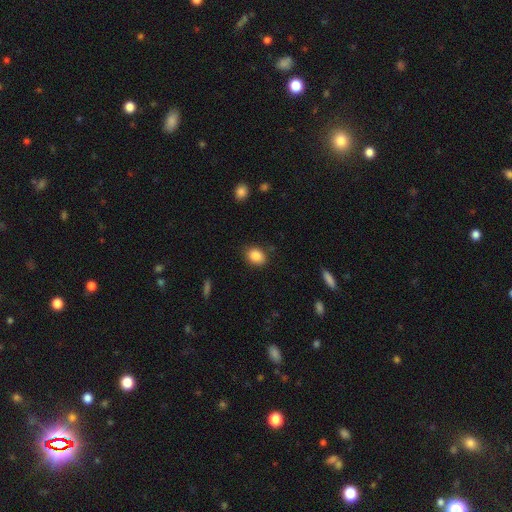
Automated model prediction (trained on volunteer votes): This is clearly a smooth galaxy (88%). How rounded: likely in between (65%). Merging: clearly none (83%).